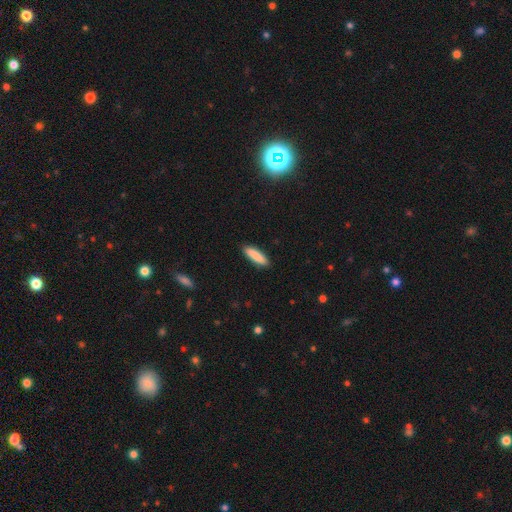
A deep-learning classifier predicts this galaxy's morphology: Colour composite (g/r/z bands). It shows a smooth galaxy with no disk features (88%) that is cigar-shaped (71%). Merging: none (90%).